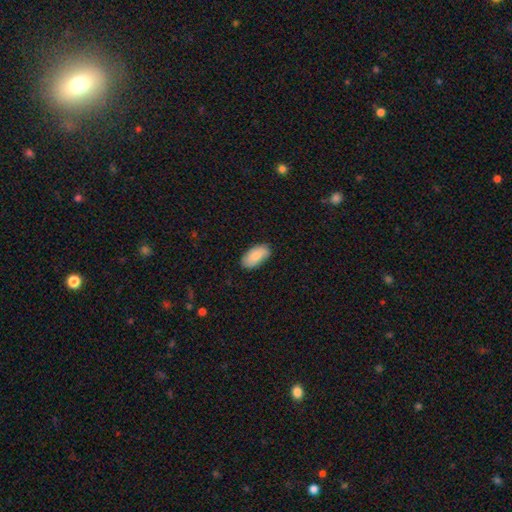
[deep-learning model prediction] The model was most divided on "merging": none: 83%, minor disturbance: 14%, major disturbance: 2%, merger: 1%. More confident: how rounded — in between (95%); smooth or featured — smooth (85%).